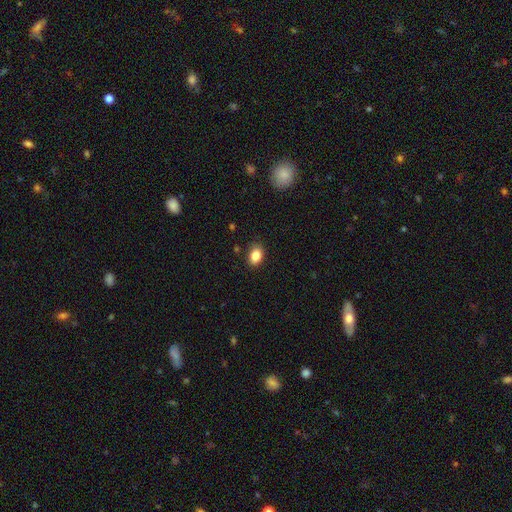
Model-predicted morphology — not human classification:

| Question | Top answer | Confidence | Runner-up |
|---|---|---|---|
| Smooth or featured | smooth | 85% | star or artifact (9%) |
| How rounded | in between | 77% | round (22%) |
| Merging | none | 83% | minor disturbance (13%) |